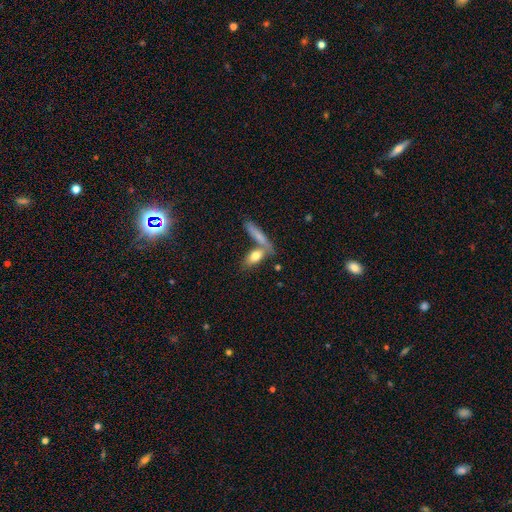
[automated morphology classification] Smooth or featured: smooth — 75% (featured or disk — 19%)
How rounded: in between — 64% (cigar-shaped — 31%)
Merging: none — 47% (merger — 37%)